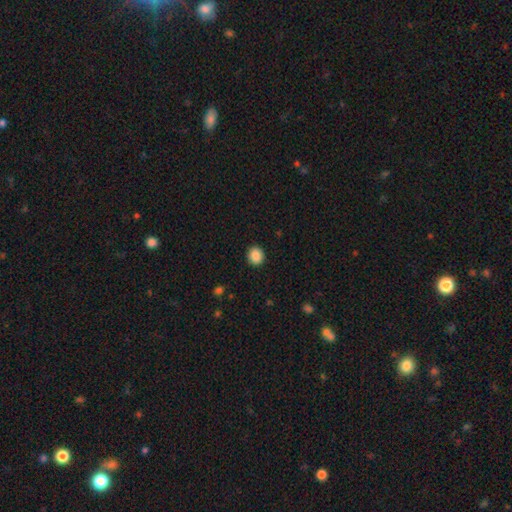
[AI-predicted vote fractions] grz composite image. It shows a smooth galaxy with no disk features (88%) that is round (82%). Merging: none (92%).